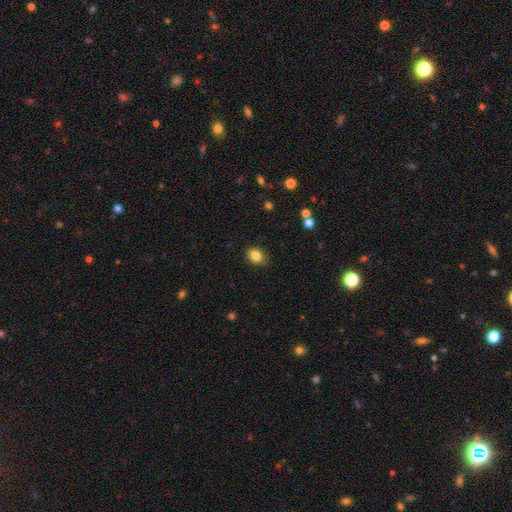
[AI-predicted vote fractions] This appears to be a smooth galaxy with no disk features (84%) that is in between round and cigar-shaped (61%). Merging: none (84%).